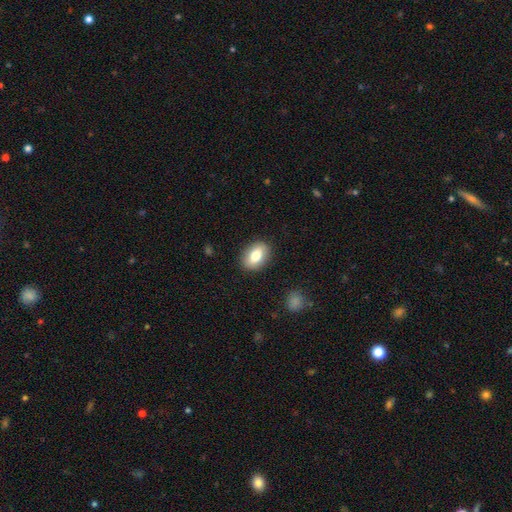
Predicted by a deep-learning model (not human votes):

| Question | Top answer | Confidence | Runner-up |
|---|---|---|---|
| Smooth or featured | smooth | 77% | featured or disk (16%) |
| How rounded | in between | 81% | round (18%) |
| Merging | none | 87% | minor disturbance (9%) |